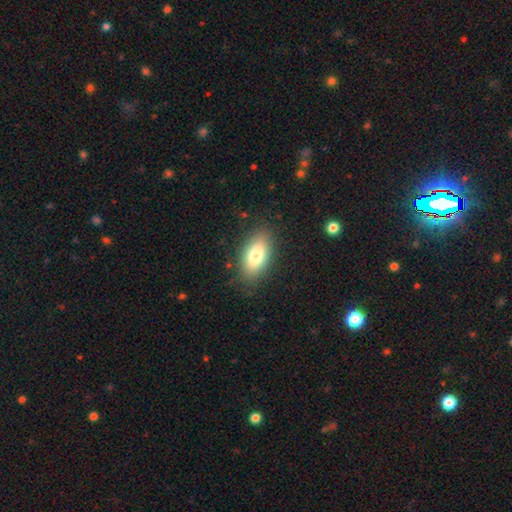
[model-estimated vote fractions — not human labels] Q: Smooth or featured?
A: smooth (79%); runner-up: featured or disk (14%)
Q: How rounded?
A: in between (90%); runner-up: cigar-shaped (6%)
Q: Merging?
A: none (85%); runner-up: minor disturbance (11%)